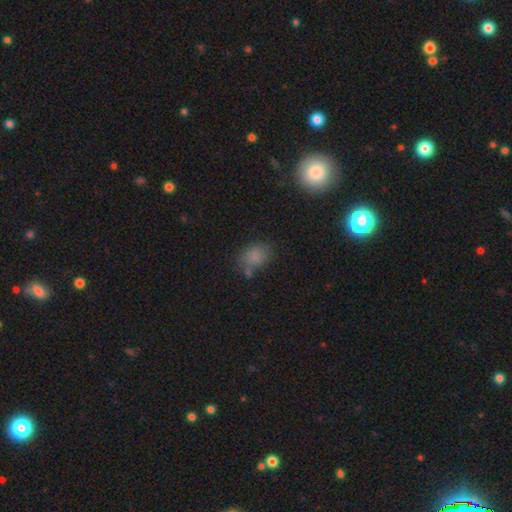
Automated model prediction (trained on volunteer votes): smooth_or_featured: smooth (p=0.80) [alt: star or artifact p=0.12]
how_rounded: in between (p=0.64) [alt: round p=0.35]
merging: none (p=0.59) [alt: minor disturbance p=0.22]